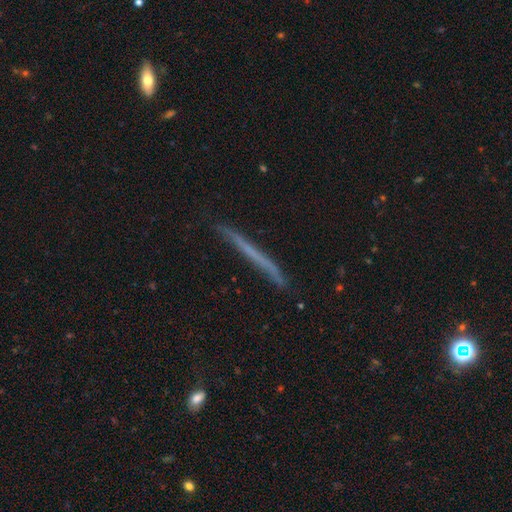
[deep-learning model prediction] Smooth or featured? Predicted: featured or disk (p=0.47). Merging? Predicted: none (p=0.86).